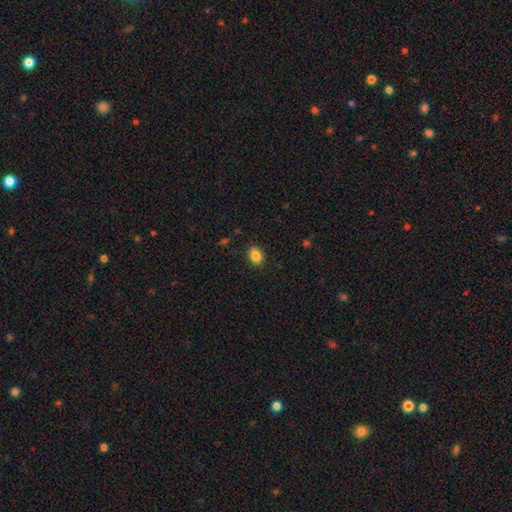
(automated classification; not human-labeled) Q: Smooth or featured?
A: smooth (86%); runner-up: star or artifact (9%)
Q: How rounded?
A: in between (70%); runner-up: round (29%)
Q: Merging?
A: none (87%); runner-up: minor disturbance (9%)